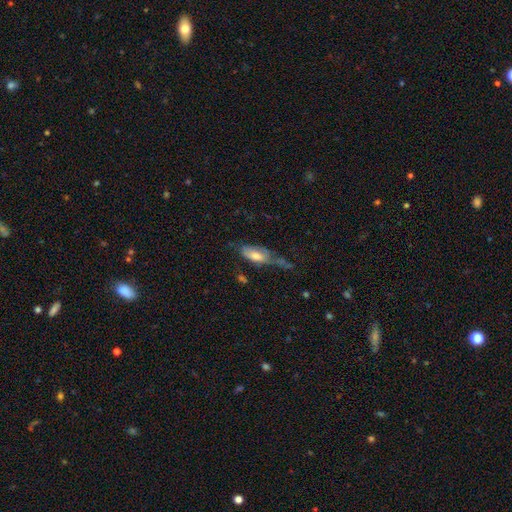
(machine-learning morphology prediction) This appears to be a smooth galaxy with no disk features (60%) that is in between round and cigar-shaped (78%). Merging: none (32%).